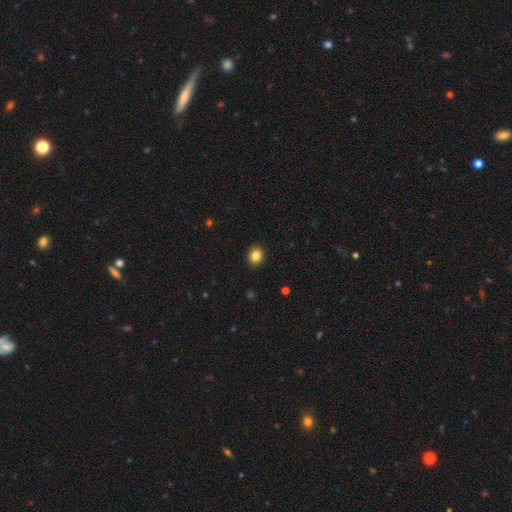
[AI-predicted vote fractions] Morphology: type=smooth (84%); roundness=round (73%); merging=none (92%).